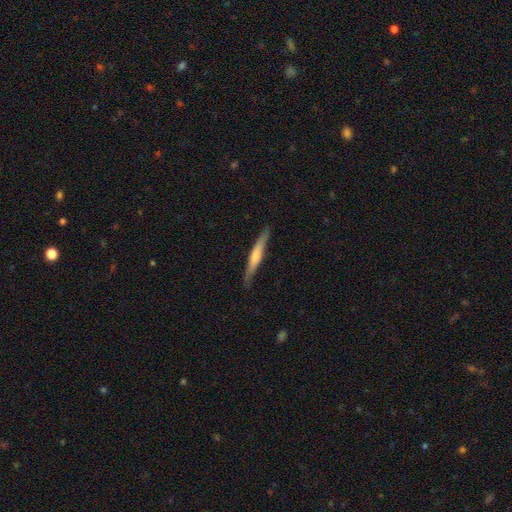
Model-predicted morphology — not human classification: This appears to be a featured or disk galaxy (48%). Merging: none (86%).